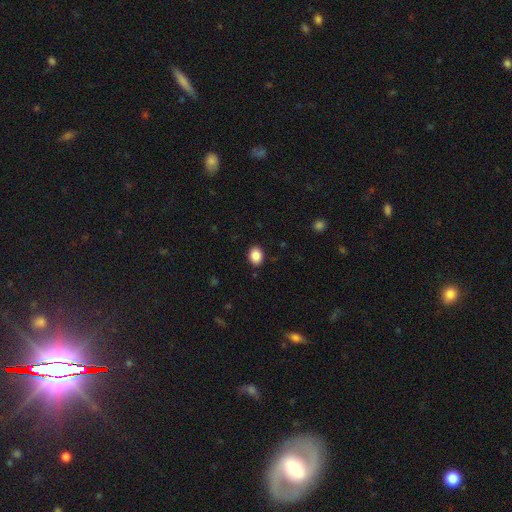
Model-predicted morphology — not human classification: This appears to be a smooth galaxy with no disk features (88%) that is in between round and cigar-shaped (56%). Merging: none (89%).